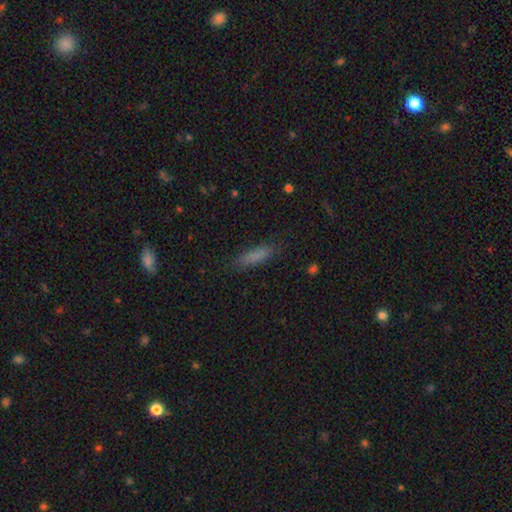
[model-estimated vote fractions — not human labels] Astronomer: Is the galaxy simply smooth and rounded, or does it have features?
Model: smooth — 80%.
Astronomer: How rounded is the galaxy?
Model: cigar-shaped — 69%.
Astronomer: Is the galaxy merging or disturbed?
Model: none — 82%.